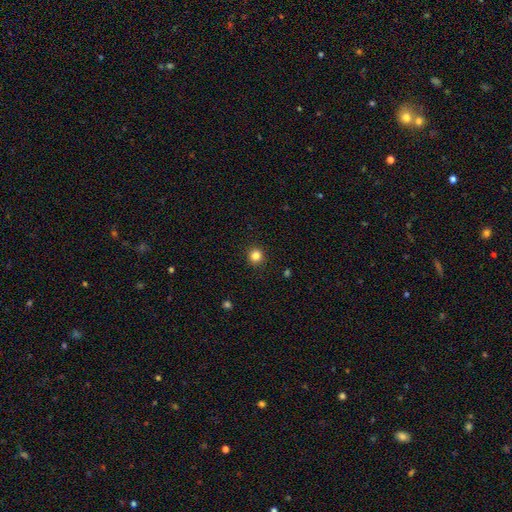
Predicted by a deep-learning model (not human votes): Q: Smooth or featured?
A: smooth (84%); runner-up: star or artifact (12%)
Q: How rounded?
A: round (92%); runner-up: in between (7%)
Q: Merging?
A: none (92%); runner-up: minor disturbance (5%)